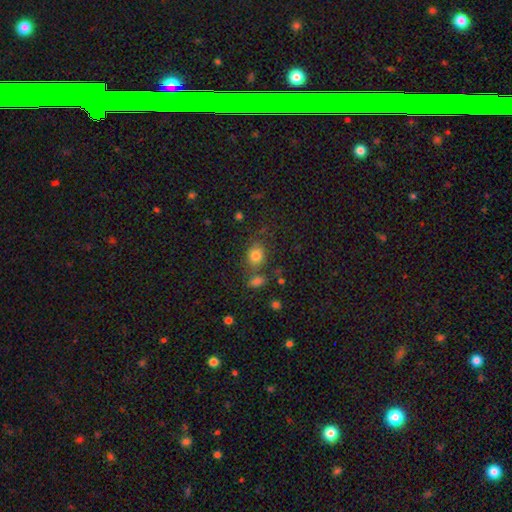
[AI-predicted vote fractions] The model was most divided on "how rounded": round: 54%, in between: 45%, cigar-shaped: 1%. More confident: smooth or featured — smooth (80%); merging — none (67%).